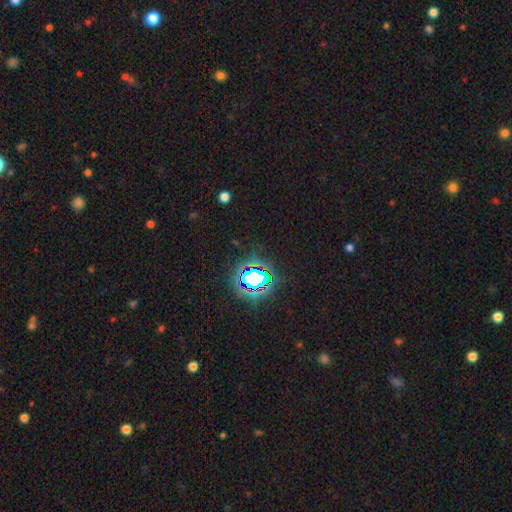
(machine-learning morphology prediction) Overall: star or artifact (76%).